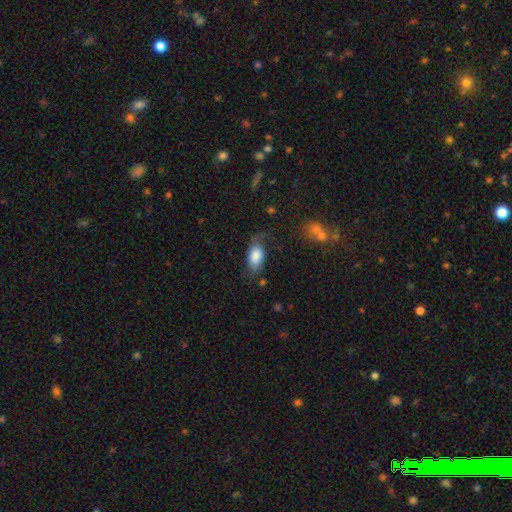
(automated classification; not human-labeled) This appears to be a smooth galaxy with no disk features (72%) that is in between round and cigar-shaped (92%). Merging: none (48%).